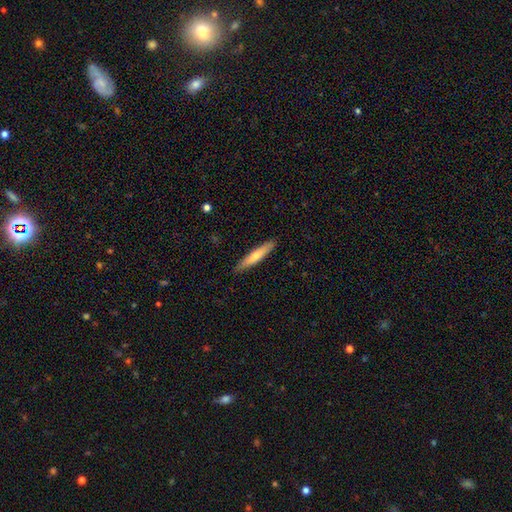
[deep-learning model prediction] Smooth or featured?
  - smooth: 64% *
  - featured or disk: 31%
  - star or artifact: 5%
How rounded?
  - cigar-shaped: 91% *
  - in between: 8%
  - round: 1%
Merging?
  - none: 89% *
  - minor disturbance: 8%
  - major disturbance: 1%
  - merger: 1%